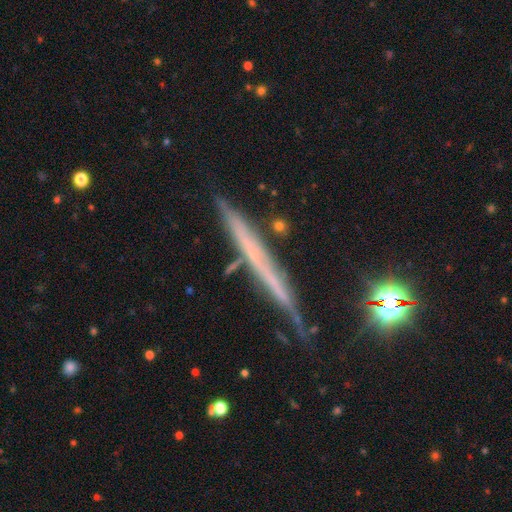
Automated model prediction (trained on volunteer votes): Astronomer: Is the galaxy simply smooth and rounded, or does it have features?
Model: featured or disk — 58%.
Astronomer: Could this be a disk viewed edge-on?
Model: yes — 95%.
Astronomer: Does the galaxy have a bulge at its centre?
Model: none — 91%.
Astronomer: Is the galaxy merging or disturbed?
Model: none — 83%.